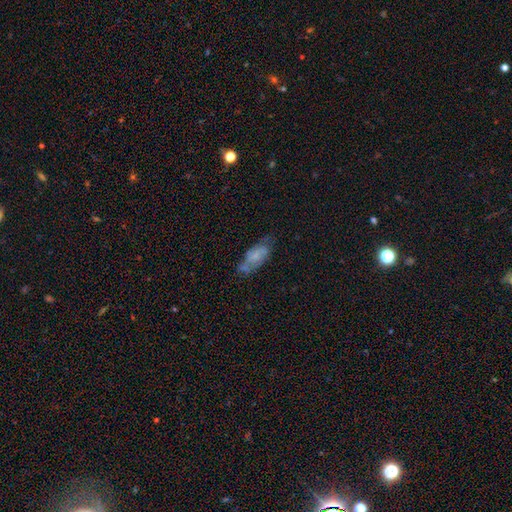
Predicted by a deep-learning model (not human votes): Q: Smooth or featured?
A: smooth (53%); runner-up: featured or disk (39%)
Q: How rounded?
A: in between (81%); runner-up: cigar-shaped (16%)
Q: Merging?
A: none (49%); runner-up: minor disturbance (31%)